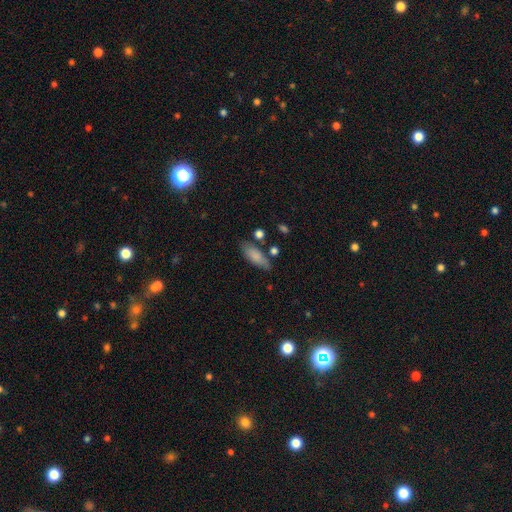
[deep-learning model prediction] Overall: smooth (81%). How rounded: in between (69%). Merging: none (71%).